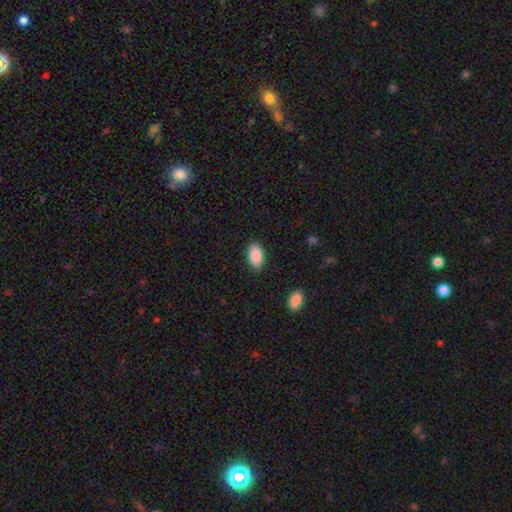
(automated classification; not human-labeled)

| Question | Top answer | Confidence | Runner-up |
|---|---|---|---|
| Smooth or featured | smooth | 89% | star or artifact (7%) |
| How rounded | in between | 94% | round (4%) |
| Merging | none | 87% | minor disturbance (9%) |